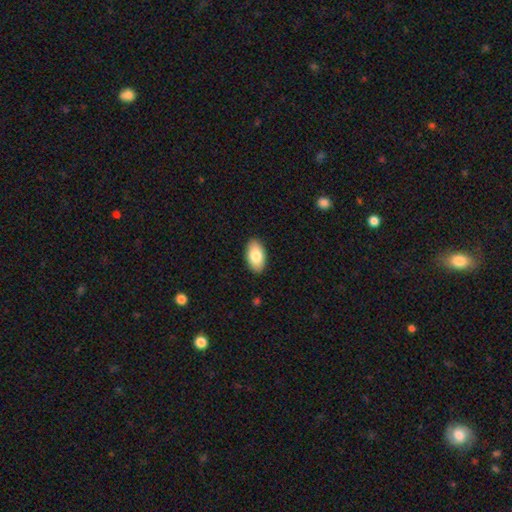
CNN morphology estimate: A smooth galaxy with no disk features (82%) that is in between round and cigar-shaped (95%). Merging: none (89%).